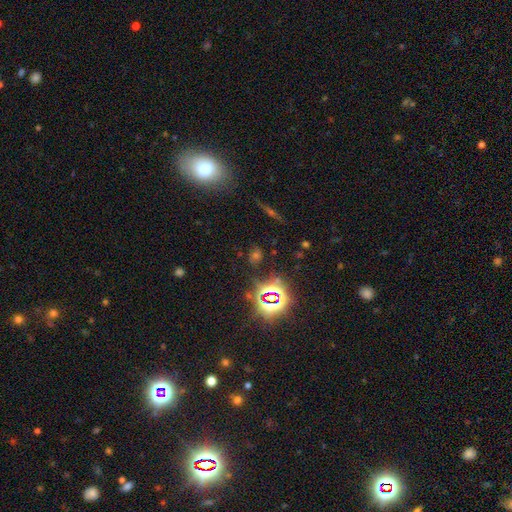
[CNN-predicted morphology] smooth-or-featured: star or artifact: 61% | smooth: 27% | featured or disk: 12%